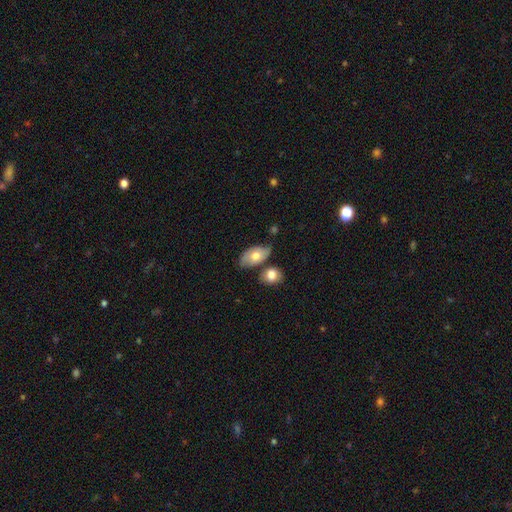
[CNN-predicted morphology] This appears to be a smooth galaxy with no disk features (62%) that is in between round and cigar-shaped (91%). Merging: none (54%).